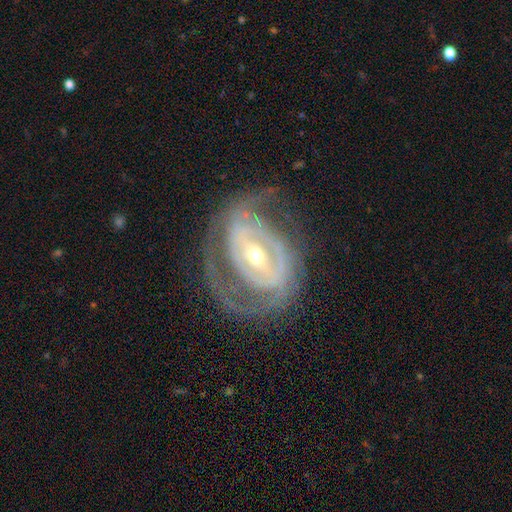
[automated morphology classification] The model was most divided on "bulge size": small: 50%, moderate: 46%, large: 3%, none: 1%, dominant: 1%. Remaining: edge-on disk — no (95%); smooth or featured — featured or disk (85%); spiral arms — yes (81%); merging — none (59%); spiral winding — tight (55%); spiral arm count — 2 (45%); bar — strong (41%).